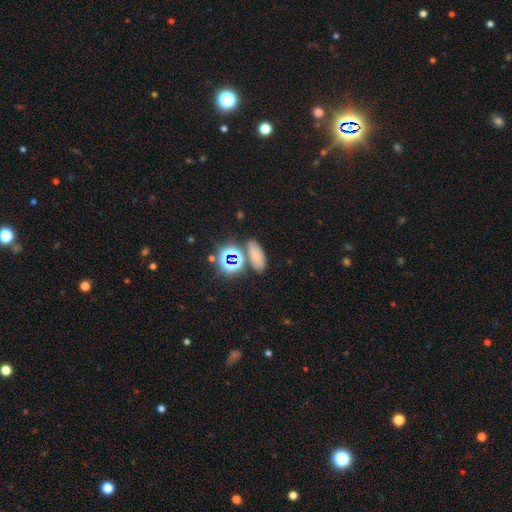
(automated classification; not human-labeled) Q: Smooth or featured?
A: smooth (62%); runner-up: star or artifact (28%)
Q: How rounded?
A: in between (74%); runner-up: round (16%)
Q: Merging?
A: none (75%); runner-up: merger (11%)